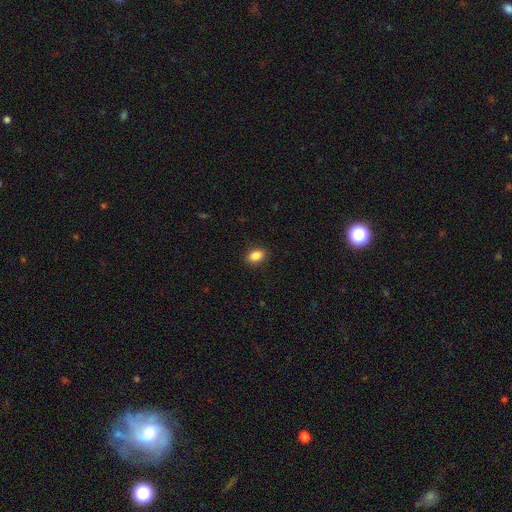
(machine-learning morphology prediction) Smooth or featured?
  - smooth: 87% *
  - star or artifact: 9%
  - featured or disk: 4%
How rounded?
  - in between: 82% *
  - round: 17%
  - cigar-shaped: 1%
Merging?
  - none: 88% *
  - minor disturbance: 9%
  - major disturbance: 2%
  - merger: 1%